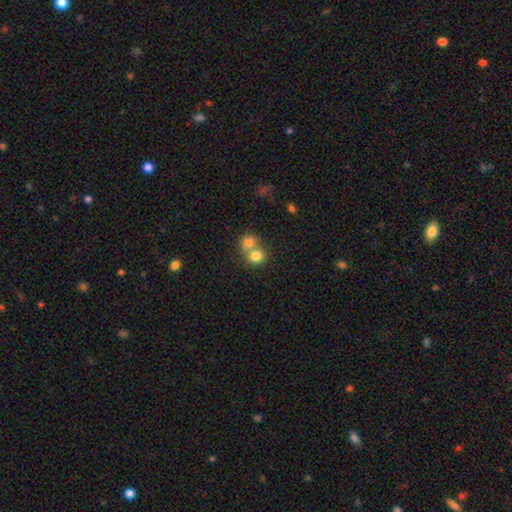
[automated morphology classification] The model was most divided on "merging": merger: 59%, none: 32%, minor disturbance: 6%, major disturbance: 3%. More confident: smooth or featured — smooth (78%); how rounded — round (69%).